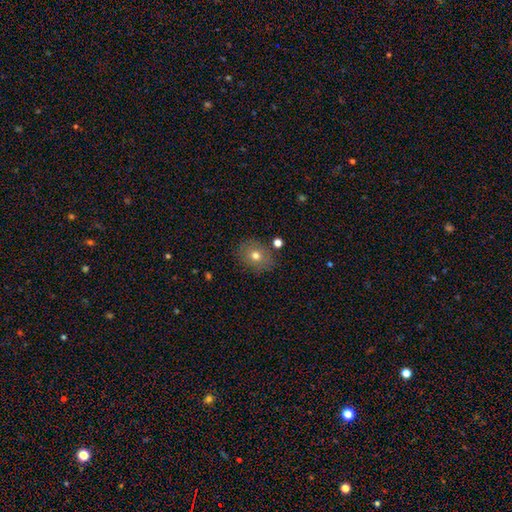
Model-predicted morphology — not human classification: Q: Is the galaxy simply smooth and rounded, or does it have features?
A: smooth — 72%.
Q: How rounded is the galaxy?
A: round — 53%.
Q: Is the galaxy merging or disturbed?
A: none — 81%.